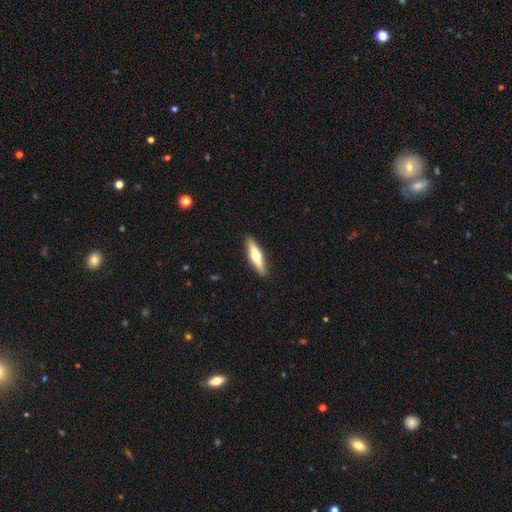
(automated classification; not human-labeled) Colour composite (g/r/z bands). It shows a featured or disk galaxy (51%) viewed edge-on (93%). Merging: none (90%).